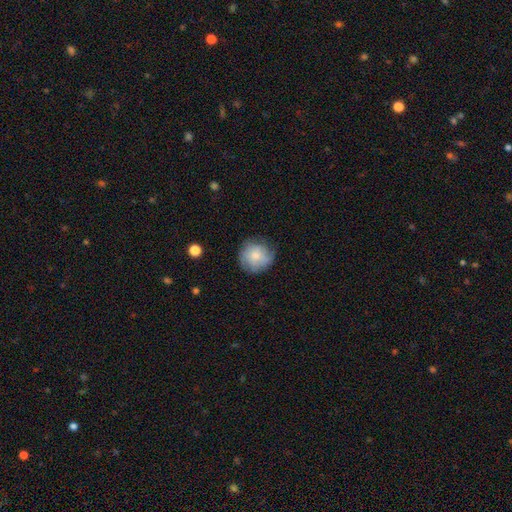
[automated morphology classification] A smooth galaxy with no disk features (72%) that is round (91%).

Vote fractions:
- Smooth or featured? smooth: 72% / featured or disk: 21% / star or artifact: 7%
- How rounded? round: 91% / in between: 8% / cigar-shaped: 1%
- Merging? none: 74% / minor disturbance: 19% / major disturbance: 5% / merger: 1%